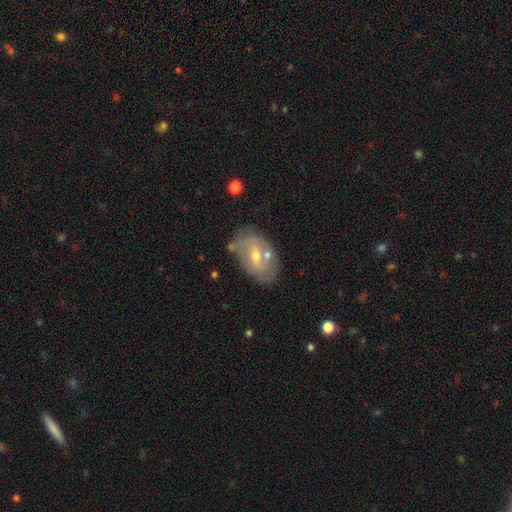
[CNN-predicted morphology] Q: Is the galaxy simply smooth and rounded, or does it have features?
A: featured or disk — 57%.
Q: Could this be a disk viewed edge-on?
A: no — 91%.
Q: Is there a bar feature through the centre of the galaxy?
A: weak — 47%.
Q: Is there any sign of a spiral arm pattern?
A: no — 58%.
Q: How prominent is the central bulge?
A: small — 49%.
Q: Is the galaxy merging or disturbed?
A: none — 69%.